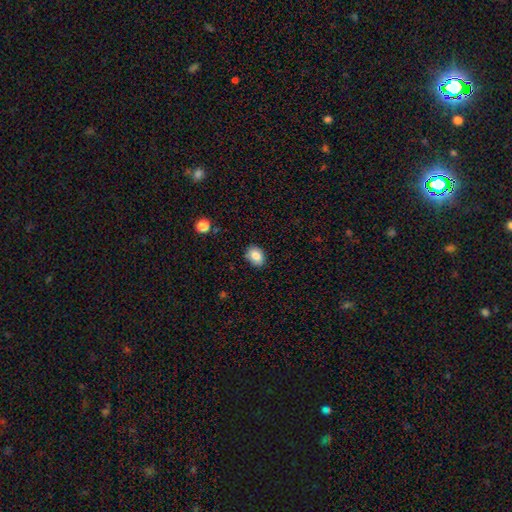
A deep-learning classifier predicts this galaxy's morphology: smooth 83%, star or artifact 9%, featured or disk 8%. Down the decision tree: how rounded — in between (68%); merging — none (86%).